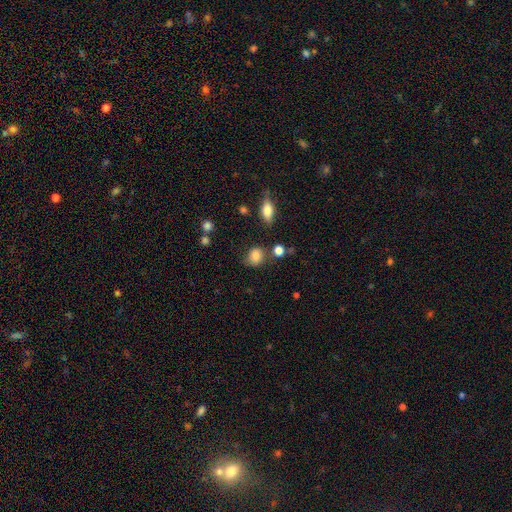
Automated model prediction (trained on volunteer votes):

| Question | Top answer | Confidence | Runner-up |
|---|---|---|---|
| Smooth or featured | smooth | 83% | star or artifact (11%) |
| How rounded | round | 59% | in between (40%) |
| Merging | none | 66% | minor disturbance (21%) |